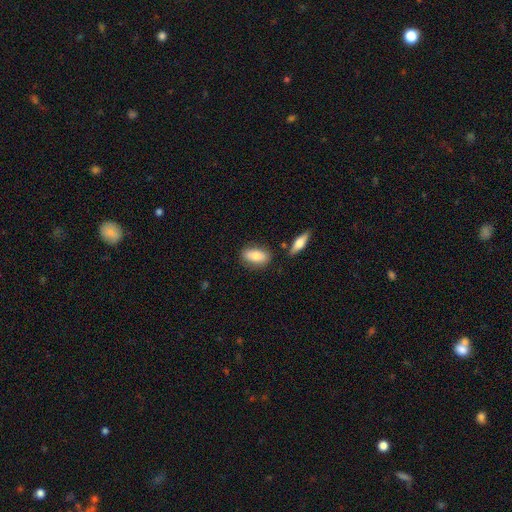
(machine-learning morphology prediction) type=smooth (78%); roundness=in between (87%); merging=none (75%).